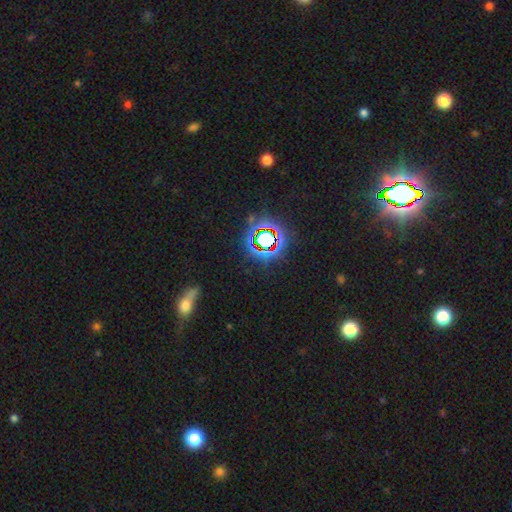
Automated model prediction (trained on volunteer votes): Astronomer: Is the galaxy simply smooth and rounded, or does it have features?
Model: star or artifact — 68%.